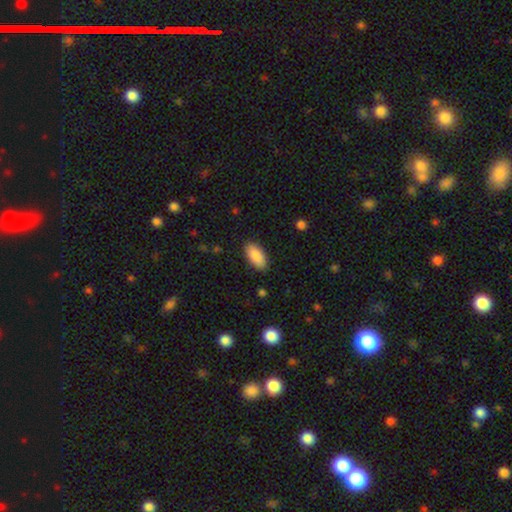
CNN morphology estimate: smooth 89%, star or artifact 6%, featured or disk 5%. Down the decision tree: how rounded — in between (91%); merging — none (87%).